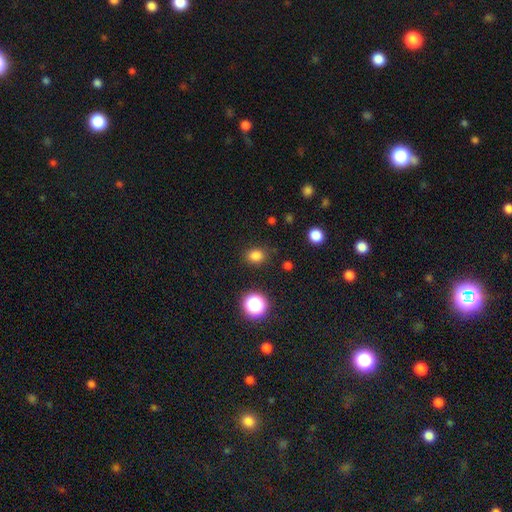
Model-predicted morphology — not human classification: smooth-or-featured: smooth: 81% | star or artifact: 15% | featured or disk: 4%
  how-rounded: round: 57% | in between: 42% | cigar-shaped: 1%
  merging: none: 85% | minor disturbance: 10% | major disturbance: 3% | merger: 2%